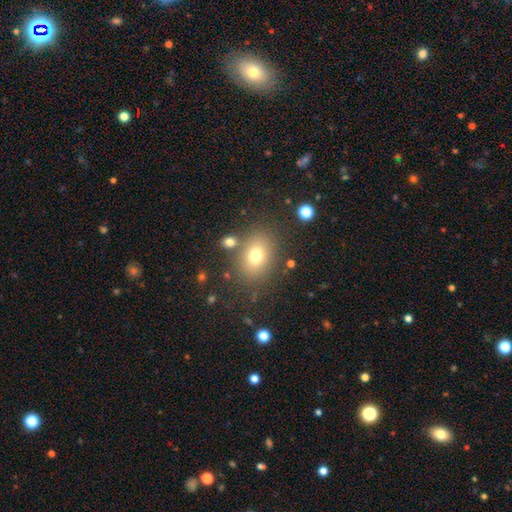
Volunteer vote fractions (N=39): This is likely a smooth galaxy (77%). How rounded: likely in between (63%). Merging: clearly none (84%).